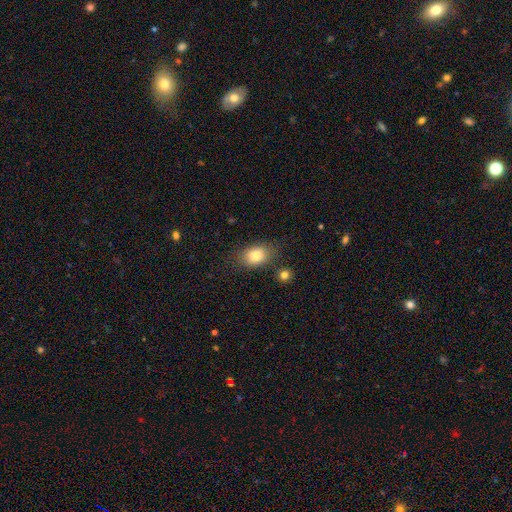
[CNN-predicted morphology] A smooth galaxy with no disk features (81%) that is in between round and cigar-shaped (76%).

Vote fractions:
- Smooth or featured? smooth: 81% / featured or disk: 10% / star or artifact: 9%
- How rounded? in between: 76% / round: 22% / cigar-shaped: 2%
- Merging? none: 75% / minor disturbance: 16% / merger: 5% / major disturbance: 4%